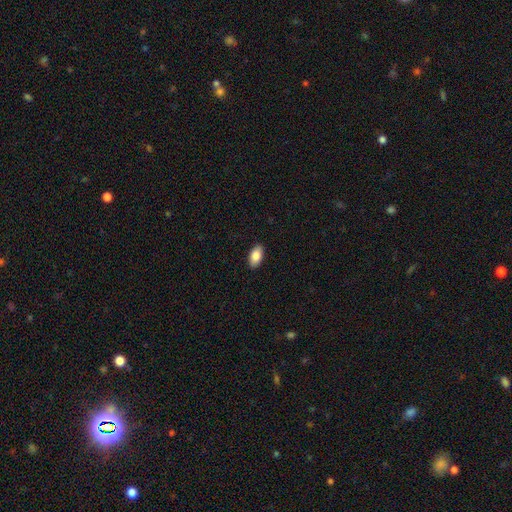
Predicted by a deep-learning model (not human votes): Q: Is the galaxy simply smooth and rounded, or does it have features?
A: smooth — 85%.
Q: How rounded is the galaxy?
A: in between — 94%.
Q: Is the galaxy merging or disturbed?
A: none — 90%.